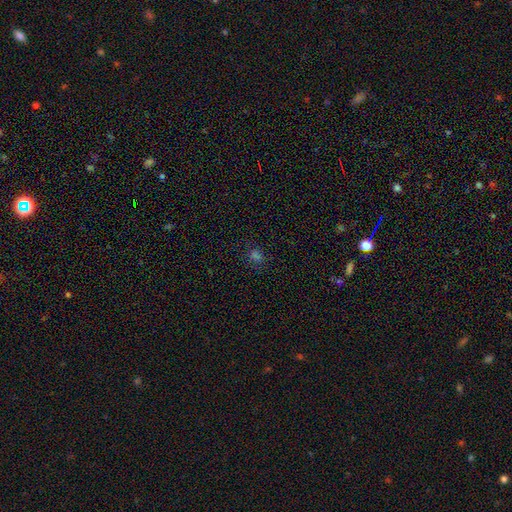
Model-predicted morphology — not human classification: type=smooth (57%); roundness=round (61%); merging=none (81%).